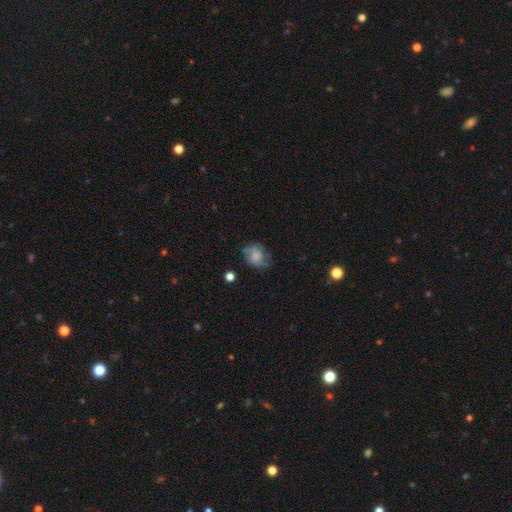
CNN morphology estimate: Smooth or featured? featured or disk (49%)
Merging? none (63%)